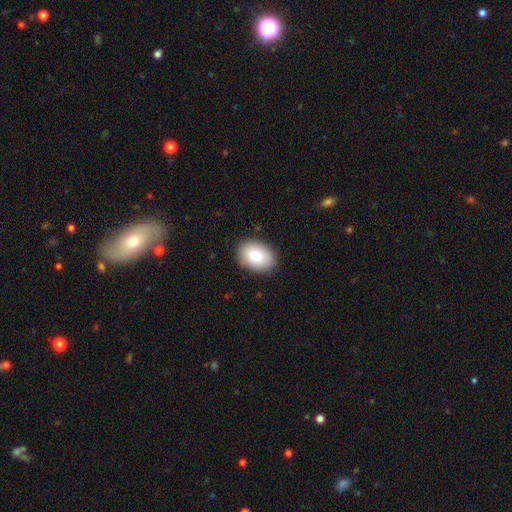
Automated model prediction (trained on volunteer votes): This is clearly a smooth galaxy (80%). How rounded: likely in between (77%). Merging: clearly none (89%).